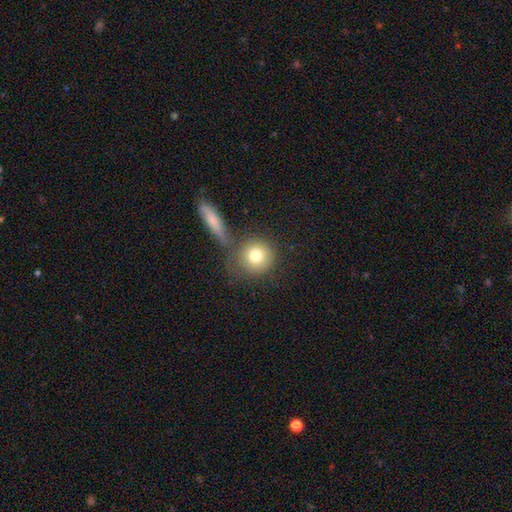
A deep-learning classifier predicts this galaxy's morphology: Smooth or featured? Predicted: smooth (p=0.79). How rounded? Predicted: round (p=0.90). Merging? Predicted: none (p=0.68).